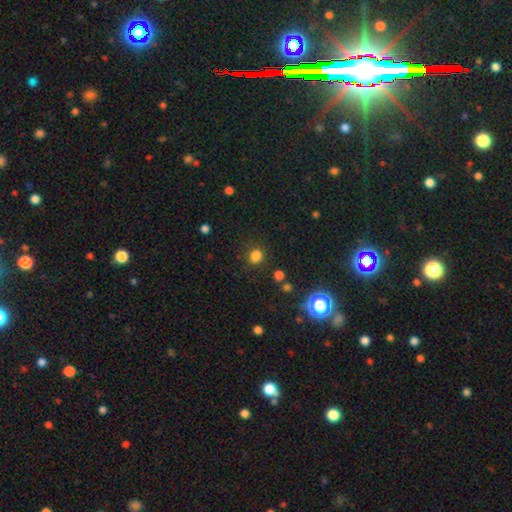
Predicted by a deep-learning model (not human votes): Q: Smooth or featured?
A: smooth (79%); runner-up: star or artifact (17%)
Q: How rounded?
A: round (64%); runner-up: in between (35%)
Q: Merging?
A: none (80%); runner-up: minor disturbance (12%)